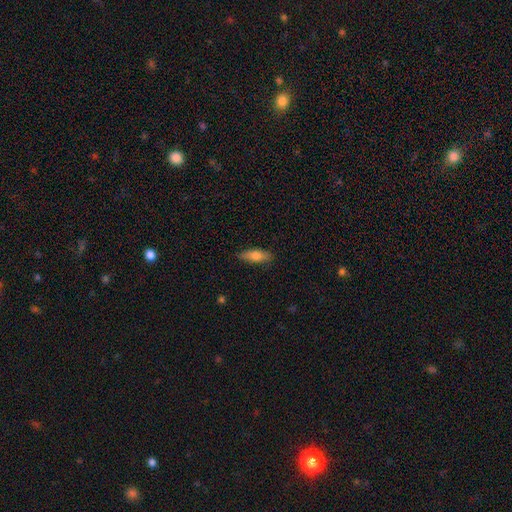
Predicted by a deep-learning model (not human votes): smooth-or-featured: smooth: 73% | featured or disk: 21% | star or artifact: 7%
  how-rounded: in between: 54% | cigar-shaped: 44% | round: 2%
  merging: none: 83% | minor disturbance: 13% | major disturbance: 3% | merger: 1%